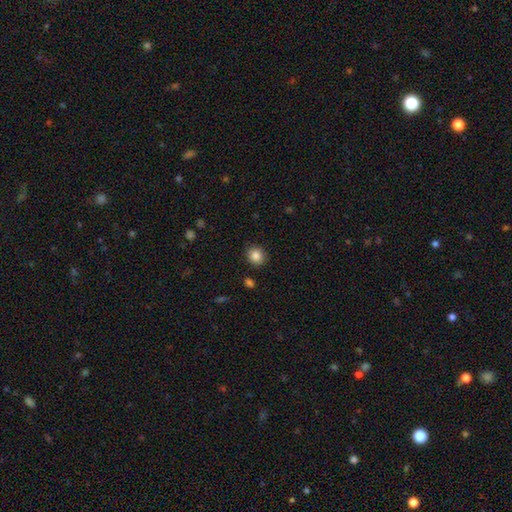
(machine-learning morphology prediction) The model was most divided on "how rounded": round: 79%, in between: 20%, cigar-shaped: 1%. More confident: merging — none (89%); smooth or featured — smooth (85%).